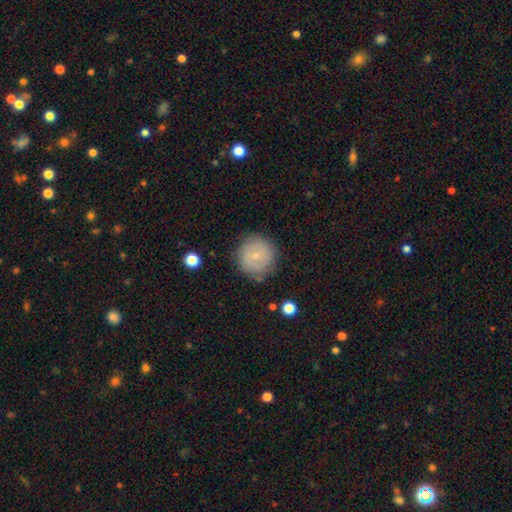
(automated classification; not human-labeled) Smooth or featured?
  - smooth: 62% *
  - featured or disk: 30%
  - star or artifact: 8%
How rounded?
  - round: 93% *
  - in between: 6%
  - cigar-shaped: 1%
Merging?
  - none: 80% *
  - minor disturbance: 15%
  - major disturbance: 4%
  - merger: 2%